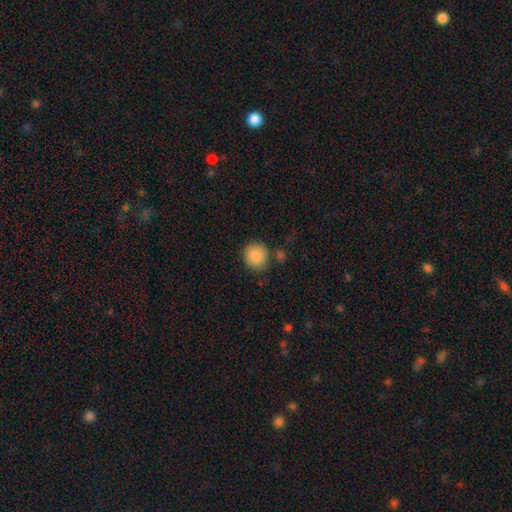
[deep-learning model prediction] Smooth or featured? smooth (88%)
How rounded? round (86%)
Merging? none (78%)